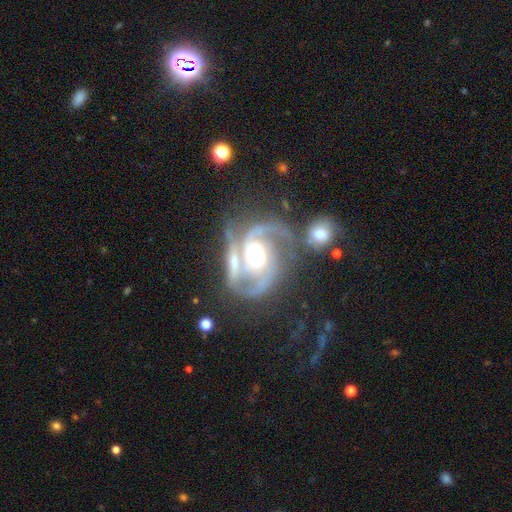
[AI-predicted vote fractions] Q: Smooth or featured?
A: featured or disk (91%); runner-up: smooth (5%)
Q: Edge-on disk?
A: no (97%); runner-up: yes (3%)
Q: Bar?
A: no (47%); runner-up: weak (33%)
Q: Spiral arms?
A: yes (97%); runner-up: no (3%)
Q: Spiral winding?
A: medium (53%); runner-up: tight (34%)
Q: Spiral arm count?
A: 2 (79%); runner-up: 3 (9%)
Q: Bulge size?
A: moderate (66%); runner-up: large (22%)
Q: Merging?
A: none (37%); runner-up: merger (31%)